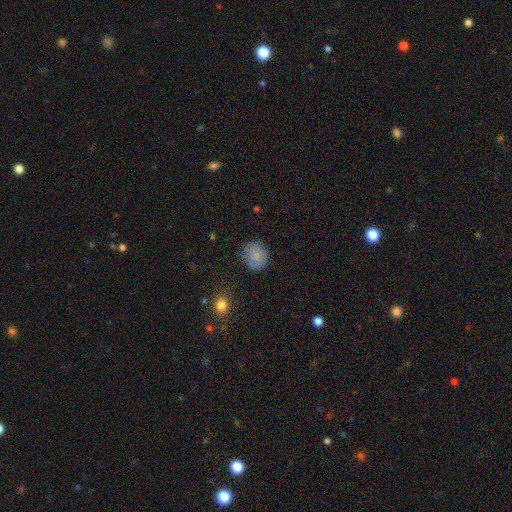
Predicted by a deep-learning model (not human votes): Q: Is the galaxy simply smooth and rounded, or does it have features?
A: smooth — 84%.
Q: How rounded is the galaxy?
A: round — 76%.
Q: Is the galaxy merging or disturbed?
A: none — 80%.